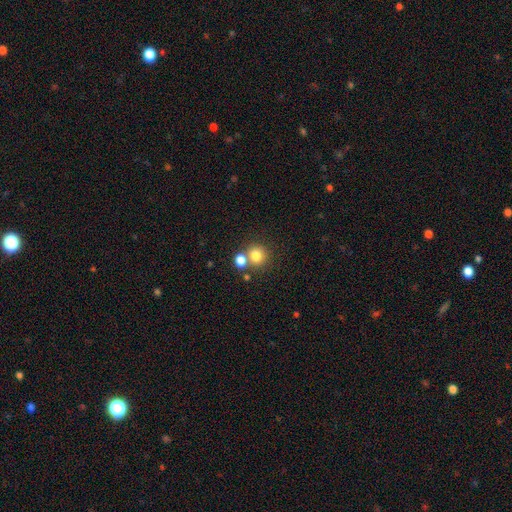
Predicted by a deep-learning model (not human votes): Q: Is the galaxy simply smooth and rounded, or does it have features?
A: smooth — 78%.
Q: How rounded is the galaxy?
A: round — 88%.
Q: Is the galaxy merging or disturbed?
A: none — 61%.